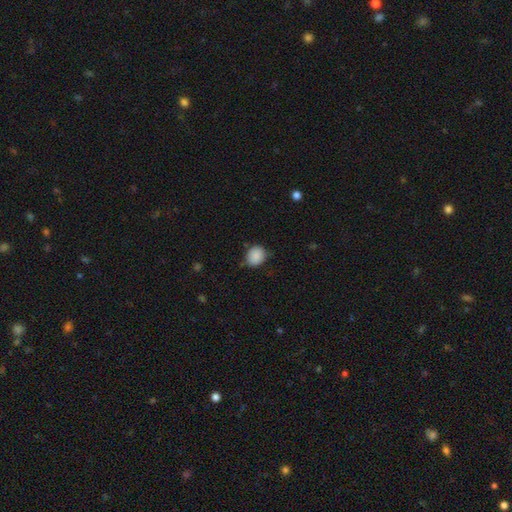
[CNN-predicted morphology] smooth 88%, star or artifact 8%, featured or disk 4%. Down the decision tree: how rounded — round (62%); merging — none (76%).